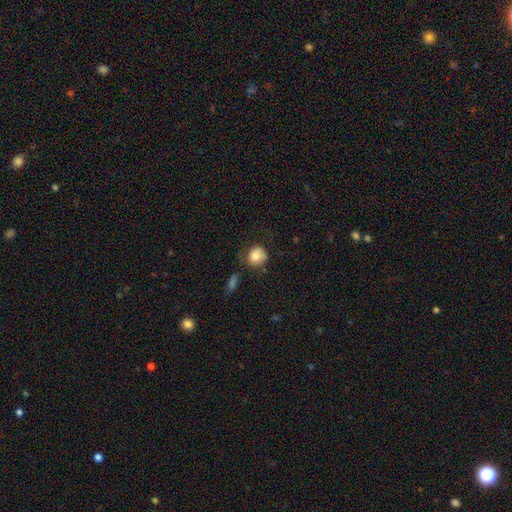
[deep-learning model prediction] Smooth or featured? Predicted: smooth (p=0.83). How rounded? Predicted: round (p=0.80). Merging? Predicted: none (p=0.57).